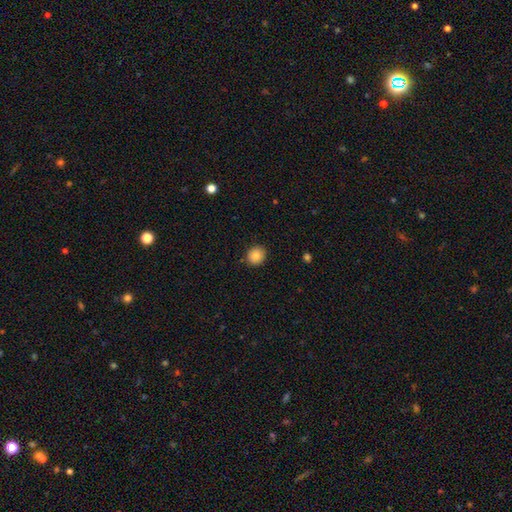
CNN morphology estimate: Smooth or featured? Predicted: smooth (p=0.85). How rounded? Predicted: round (p=0.83). Merging? Predicted: none (p=0.90).